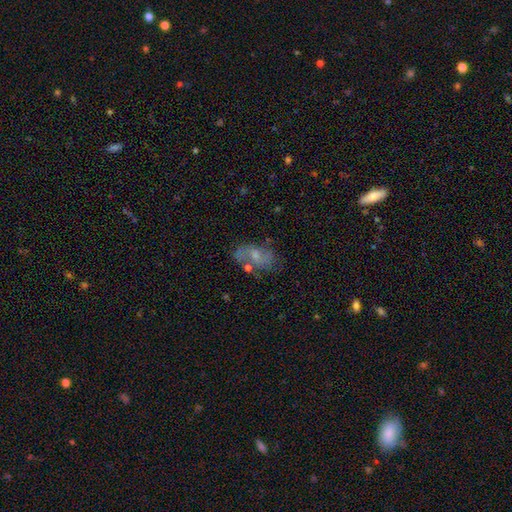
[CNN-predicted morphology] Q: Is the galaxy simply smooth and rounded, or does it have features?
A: featured or disk — 54%.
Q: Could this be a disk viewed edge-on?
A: no — 94%.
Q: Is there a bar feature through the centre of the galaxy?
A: no — 63%.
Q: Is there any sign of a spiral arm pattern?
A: yes — 65%.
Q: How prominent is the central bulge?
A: small — 43%, tied with moderate.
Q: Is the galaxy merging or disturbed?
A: none — 55%.